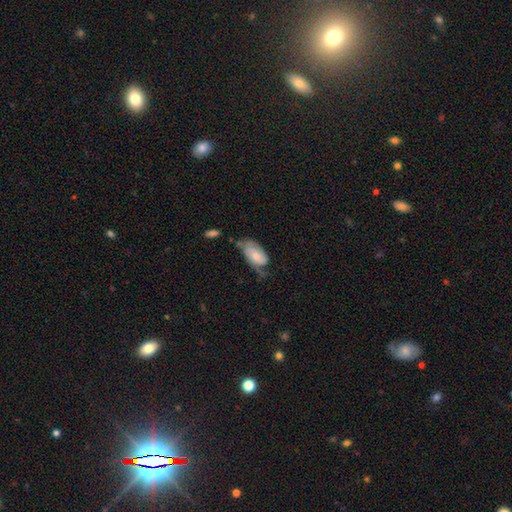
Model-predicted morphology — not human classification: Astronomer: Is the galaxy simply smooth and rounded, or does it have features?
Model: smooth — 56% (runner-up: featured or disk, 38%).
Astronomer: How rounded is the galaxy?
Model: in between — 92%.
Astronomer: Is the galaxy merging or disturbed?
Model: minor disturbance — 35% (runner-up: none, 32%).